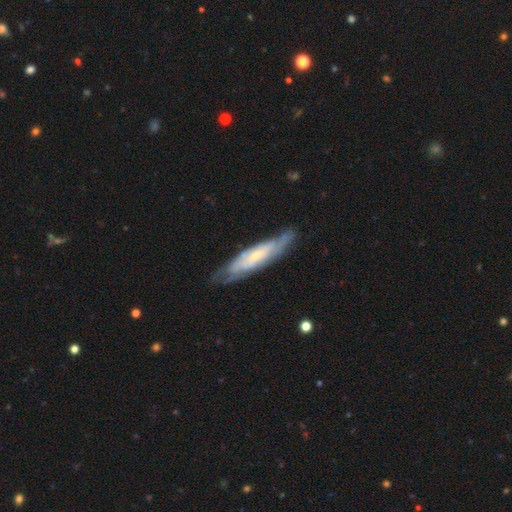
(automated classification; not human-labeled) Smooth or featured? Predicted: featured or disk (p=0.64). Edge-on disk? Predicted: no (p=0.50, tied with yes). Merging? Predicted: none (p=0.71).